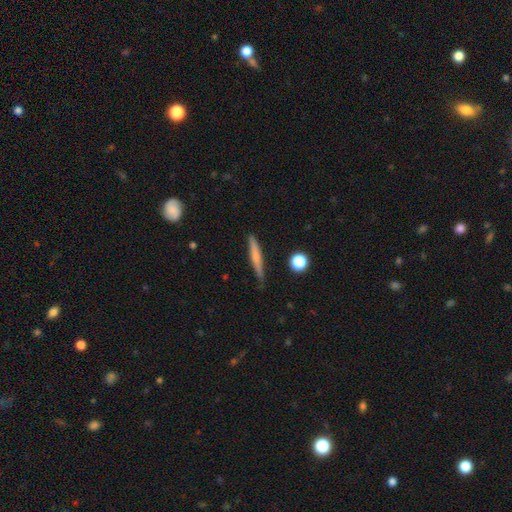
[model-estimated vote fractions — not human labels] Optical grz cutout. It shows a smooth galaxy with no disk features (59%) that is cigar-shaped (93%). Merging: none (80%).